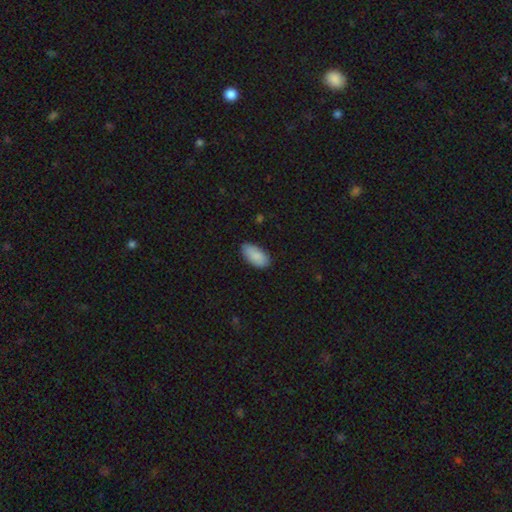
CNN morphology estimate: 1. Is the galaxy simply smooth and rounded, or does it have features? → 89% smooth, 6% star or artifact, 5% featured or disk.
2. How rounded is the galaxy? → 94% in between, 4% cigar-shaped, 2% round.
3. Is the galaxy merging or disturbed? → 84% none, 13% minor disturbance, 2% major disturbance, 1% merger.